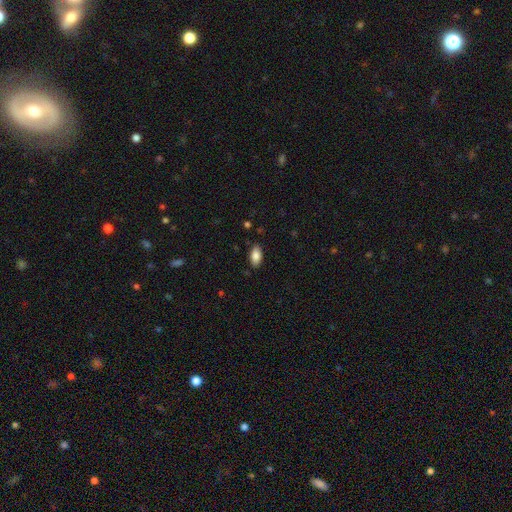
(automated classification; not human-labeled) smooth-or-featured: smooth: 86% | star or artifact: 7% | featured or disk: 7%
  how-rounded: in between: 93% | cigar-shaped: 4% | round: 3%
  merging: none: 87% | minor disturbance: 10% | major disturbance: 2% | merger: 1%